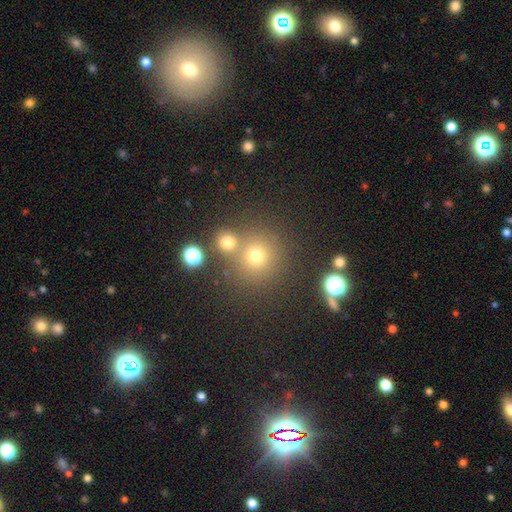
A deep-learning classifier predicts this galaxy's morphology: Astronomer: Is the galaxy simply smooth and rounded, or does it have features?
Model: smooth — 69%.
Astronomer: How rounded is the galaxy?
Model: round — 91%.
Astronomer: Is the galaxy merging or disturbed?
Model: none — 68%.